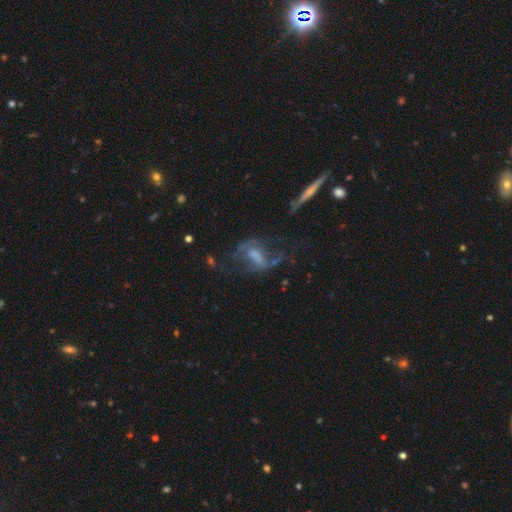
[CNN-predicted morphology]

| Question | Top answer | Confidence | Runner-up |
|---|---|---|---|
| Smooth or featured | featured or disk | 63% | smooth (25%) |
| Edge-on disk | no | 93% | yes (7%) |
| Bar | no | 40% | weak (37%) |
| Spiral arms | yes | 62% | no (38%) |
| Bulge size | none | 34% | moderate (28%) |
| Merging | major disturbance | 41% | none (34%) |